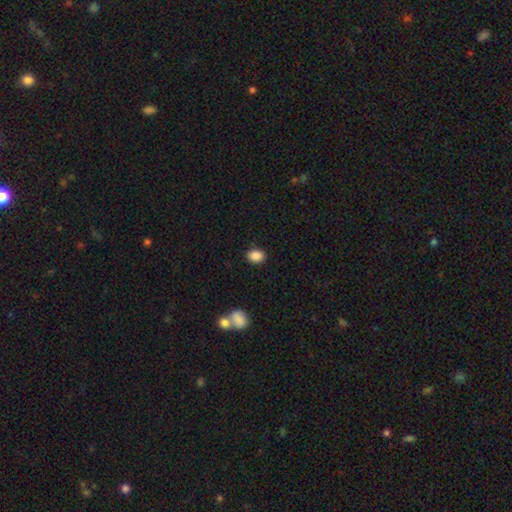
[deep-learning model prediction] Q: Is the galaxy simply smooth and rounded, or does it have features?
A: smooth — 87%.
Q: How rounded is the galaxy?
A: in between — 65%.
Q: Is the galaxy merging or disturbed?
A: none — 87%.